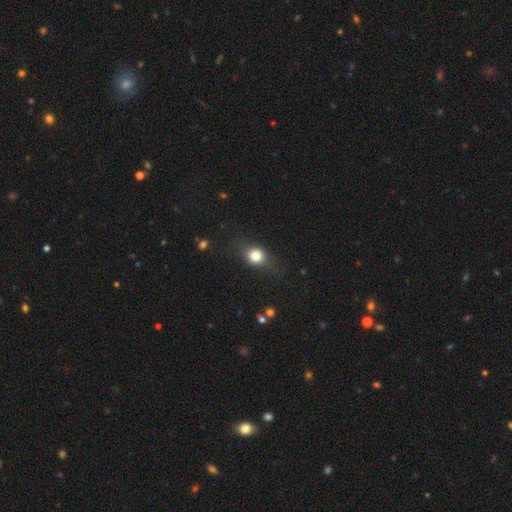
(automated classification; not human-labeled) Smooth or featured? smooth (76%)
How rounded? round (62%)
Merging? none (71%)